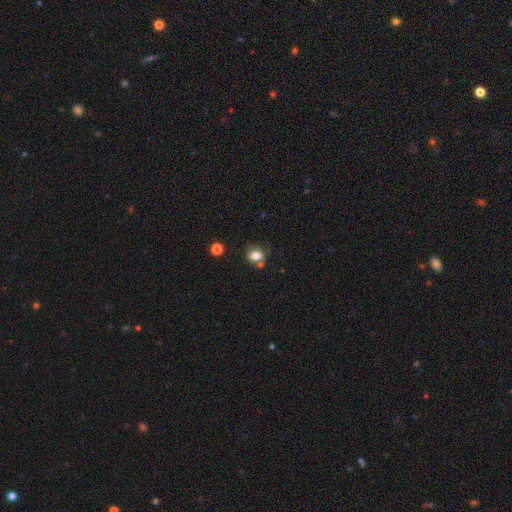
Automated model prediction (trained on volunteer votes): Smooth or featured: smooth — 79% (star or artifact — 12%)
How rounded: round — 73% (in between — 26%)
Merging: none — 67% (merger — 15%)